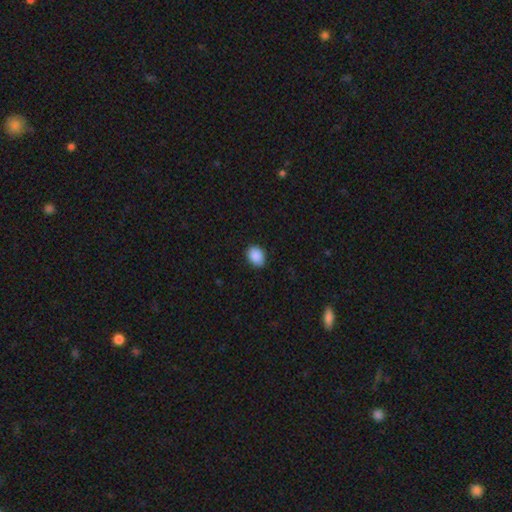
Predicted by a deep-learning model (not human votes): Overall: smooth (90%). How rounded: in between (65%; round 34%). Merging: none (87%).